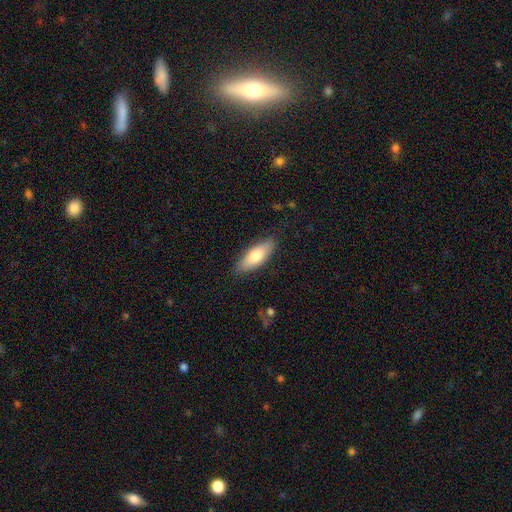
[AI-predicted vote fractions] Smooth or featured: smooth — 74% (featured or disk — 20%)
How rounded: in between — 66% (cigar-shaped — 32%)
Merging: none — 86% (minor disturbance — 11%)